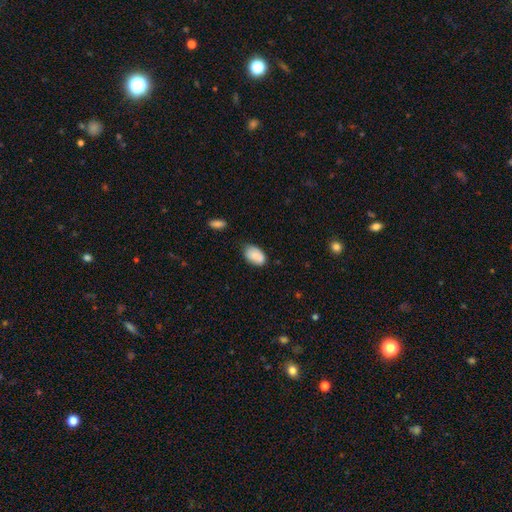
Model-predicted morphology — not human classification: Smooth or featured?
  - smooth: 84% *
  - featured or disk: 9%
  - star or artifact: 7%
How rounded?
  - in between: 92% *
  - round: 6%
  - cigar-shaped: 1%
Merging?
  - none: 67% *
  - minor disturbance: 25%
  - merger: 4%
  - major disturbance: 4%